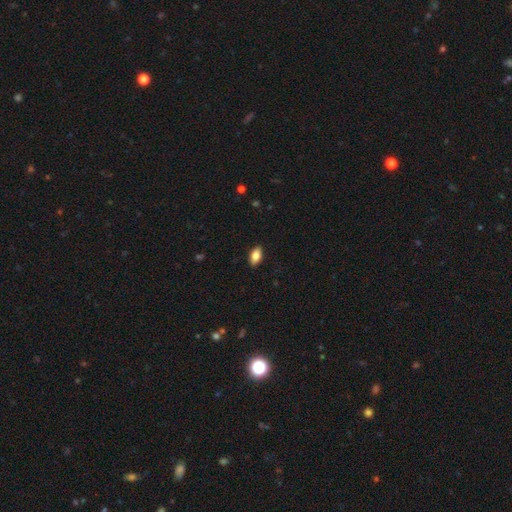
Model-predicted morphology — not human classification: Smooth or featured: smooth — 83% (featured or disk — 9%)
How rounded: in between — 91% (cigar-shaped — 5%)
Merging: none — 89% (minor disturbance — 8%)